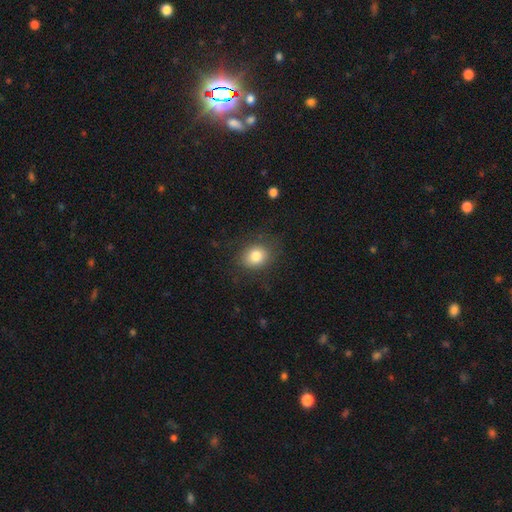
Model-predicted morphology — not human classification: Smooth or featured? smooth (81%)
How rounded? round (58%)
Merging? none (81%)